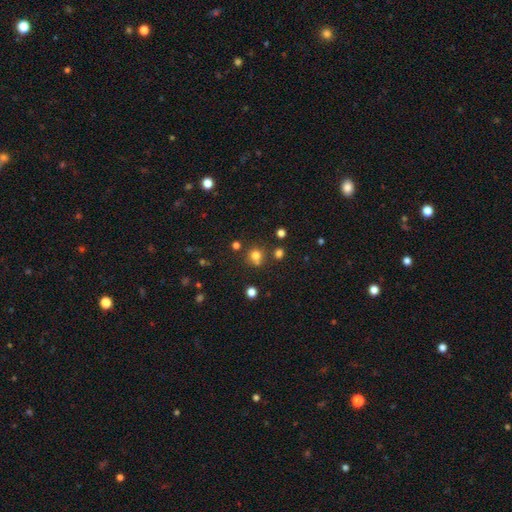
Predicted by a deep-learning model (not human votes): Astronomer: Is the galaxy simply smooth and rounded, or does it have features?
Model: smooth — 74%.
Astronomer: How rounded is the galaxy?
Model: round — 85%.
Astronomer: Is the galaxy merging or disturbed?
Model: none — 68%.